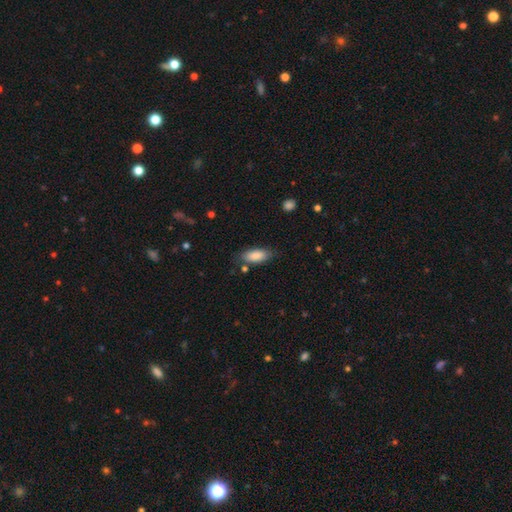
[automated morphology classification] smooth 86%, featured or disk 7%, star or artifact 6%. Down the decision tree: how rounded — in between (83%); merging — none (78%).